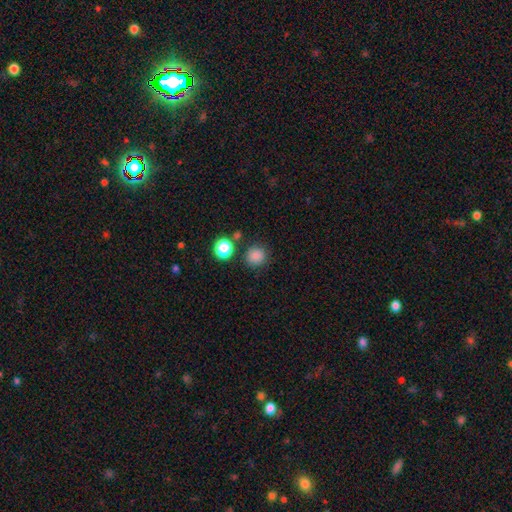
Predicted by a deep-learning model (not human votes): The model was most divided on "smooth or featured": smooth: 83%, star or artifact: 13%, featured or disk: 4%. More confident: how rounded — round (92%); merging — none (84%).